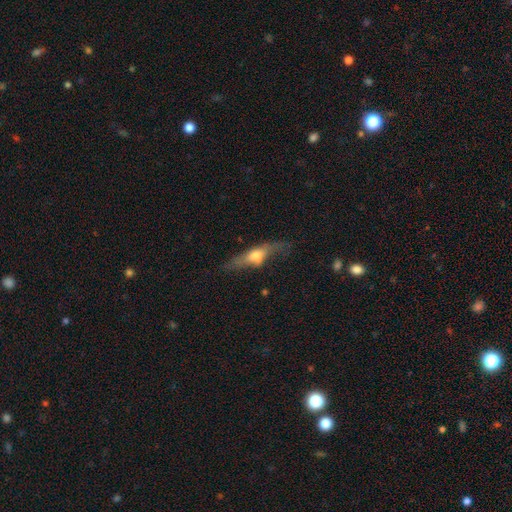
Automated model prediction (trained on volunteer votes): smooth_or_featured: featured or disk (p=0.48) [alt: smooth p=0.45]
merging: none (p=0.52) [alt: minor disturbance p=0.26]